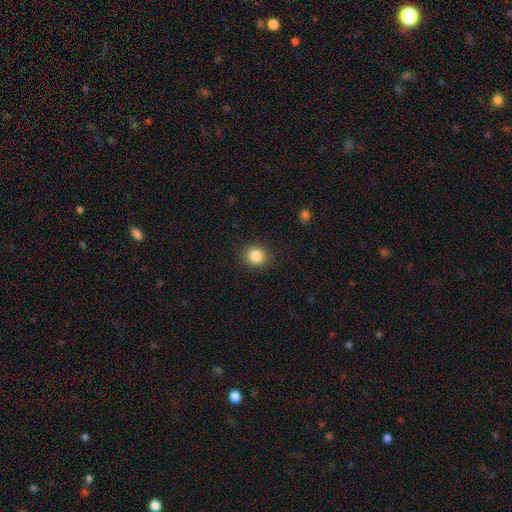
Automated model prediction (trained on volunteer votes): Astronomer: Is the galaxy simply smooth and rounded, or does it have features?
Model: smooth — 86%.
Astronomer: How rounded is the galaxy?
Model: round — 84%.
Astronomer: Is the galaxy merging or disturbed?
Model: none — 89%.